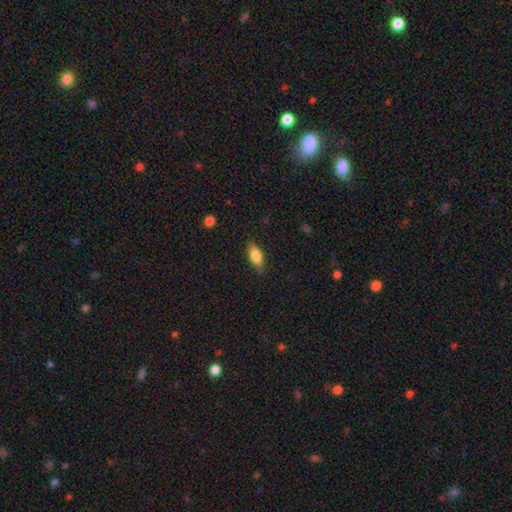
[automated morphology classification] This is likely a smooth galaxy (78%). How rounded: likely in between (79%). Merging: clearly none (81%).